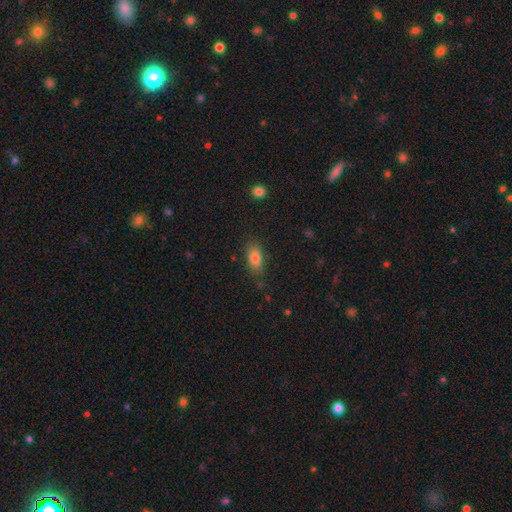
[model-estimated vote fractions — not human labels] Smooth or featured? Predicted: smooth (p=0.78). How rounded? Predicted: in between (p=0.83). Merging? Predicted: none (p=0.83).